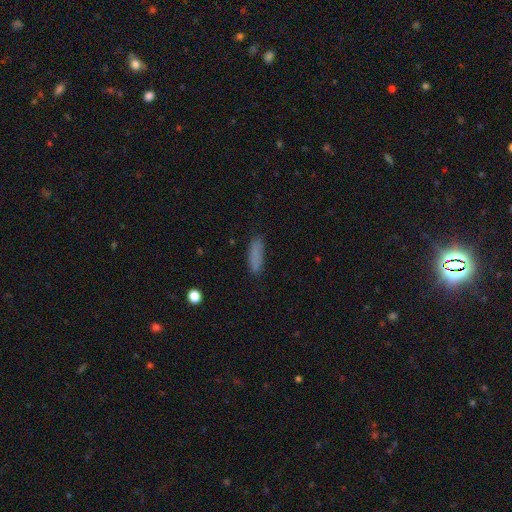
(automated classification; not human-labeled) smooth 82%, star or artifact 10%, featured or disk 8%. Down the decision tree: how rounded — cigar-shaped (60%); merging — none (82%).